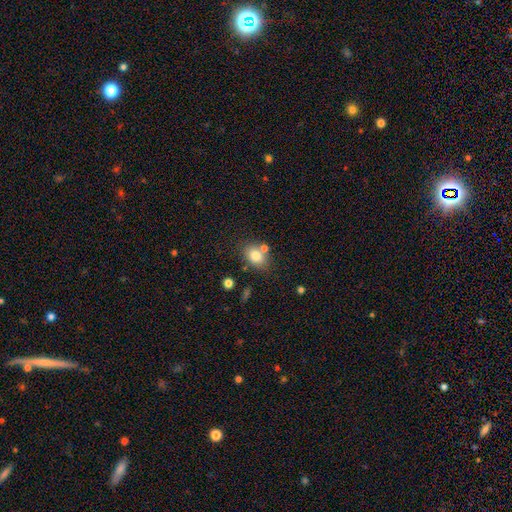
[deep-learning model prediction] This is likely a smooth galaxy (79%). How rounded: likely in between (72%). Merging: likely none (68%).